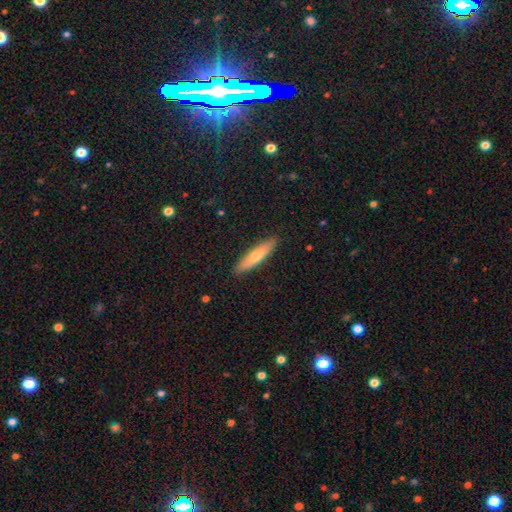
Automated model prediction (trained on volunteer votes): smooth-or-featured: smooth: 64% | featured or disk: 30% | star or artifact: 6%
  how-rounded: cigar-shaped: 82% | in between: 17% | round: 2%
  merging: none: 90% | minor disturbance: 7% | major disturbance: 2% | merger: 1%